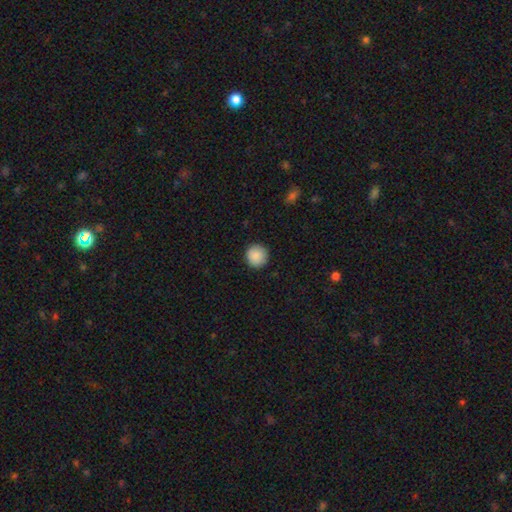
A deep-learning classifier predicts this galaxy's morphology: Smooth or featured? smooth (89%)
How rounded? round (95%)
Merging? none (91%)